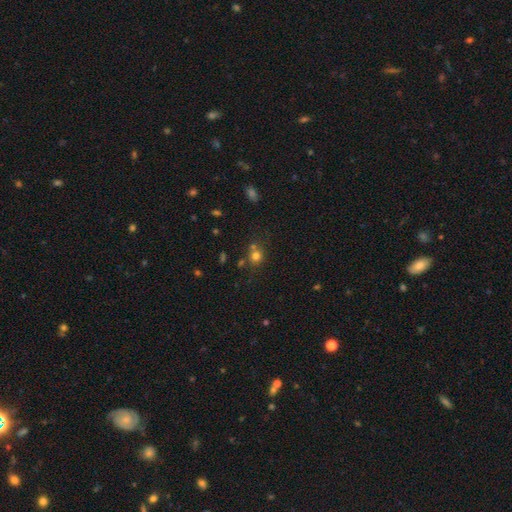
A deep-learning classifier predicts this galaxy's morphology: smooth_or_featured: smooth (p=0.73) [alt: star or artifact p=0.18]
how_rounded: round (p=0.83) [alt: in between p=0.16]
merging: none (p=0.60) [alt: merger p=0.24]